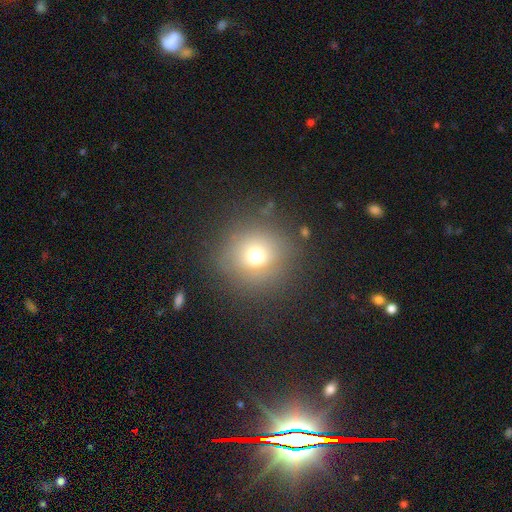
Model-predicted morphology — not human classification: This is likely a smooth galaxy (69%). How rounded: clearly round (92%). Merging: clearly none (83%).